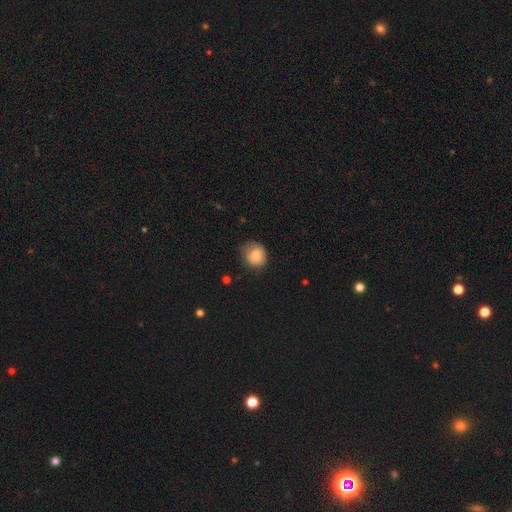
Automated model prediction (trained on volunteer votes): smooth_or_featured: smooth (p=0.77) [alt: featured or disk p=0.14]
how_rounded: round (p=0.76) [alt: in between p=0.24]
merging: none (p=0.64) [alt: minor disturbance p=0.28]